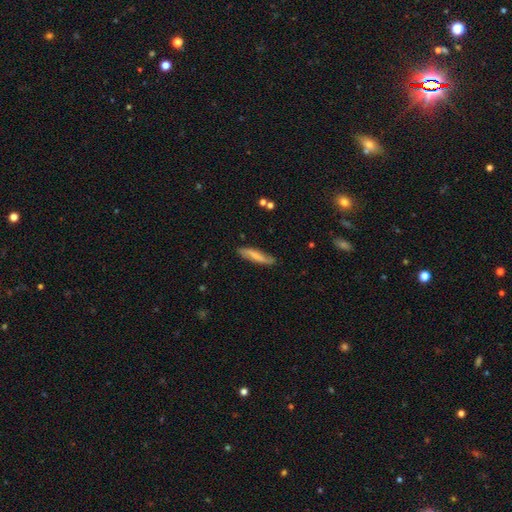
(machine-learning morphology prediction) Overall: smooth (55%; featured or disk 38%). How rounded: cigar-shaped (83%). Merging: none (78%).